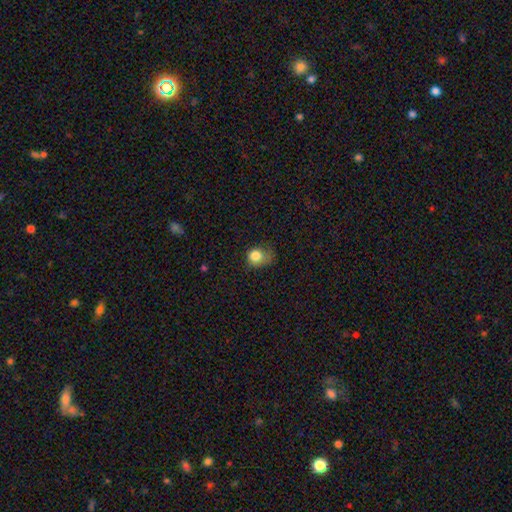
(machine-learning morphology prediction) This is clearly a smooth galaxy (82%). How rounded: likely round (67%). Merging: marginally minor disturbance (38%).